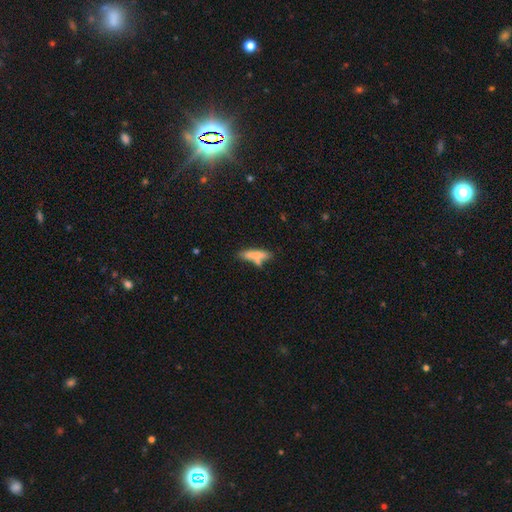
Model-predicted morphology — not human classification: Smooth or featured? smooth (76%)
How rounded? cigar-shaped (77%)
Merging? none (56%)